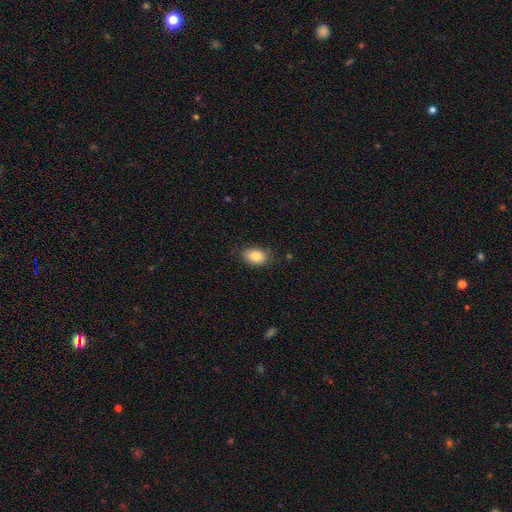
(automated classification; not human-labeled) Morphology: type=smooth (83%); roundness=in between (85%); merging=none (81%).